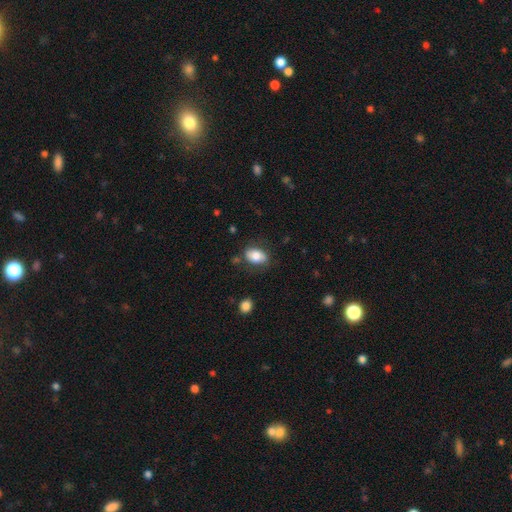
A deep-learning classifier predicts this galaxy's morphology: Smooth or featured? Predicted: smooth (p=0.77). How rounded? Predicted: in between (p=0.86). Merging? Predicted: none (p=0.74).